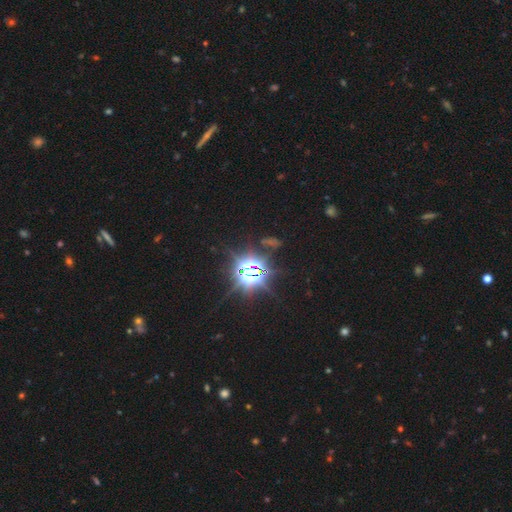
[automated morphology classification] Smooth or featured?
  - star or artifact: 84% *
  - smooth: 11%
  - featured or disk: 5%